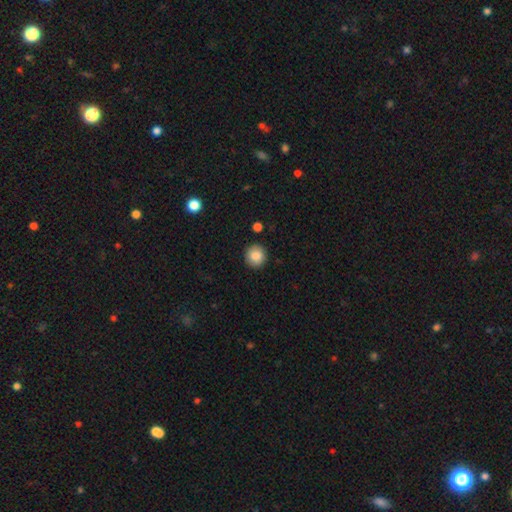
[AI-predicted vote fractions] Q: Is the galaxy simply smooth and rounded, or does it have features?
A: smooth — 85%.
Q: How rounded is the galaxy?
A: round — 92%.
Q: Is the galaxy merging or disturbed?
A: none — 91%.